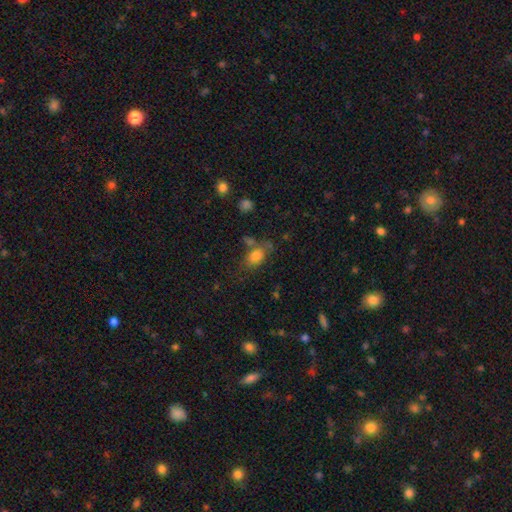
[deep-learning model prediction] smooth 79%, star or artifact 11%, featured or disk 11%. Down the decision tree: how rounded — in between (78%); merging — none (55%).